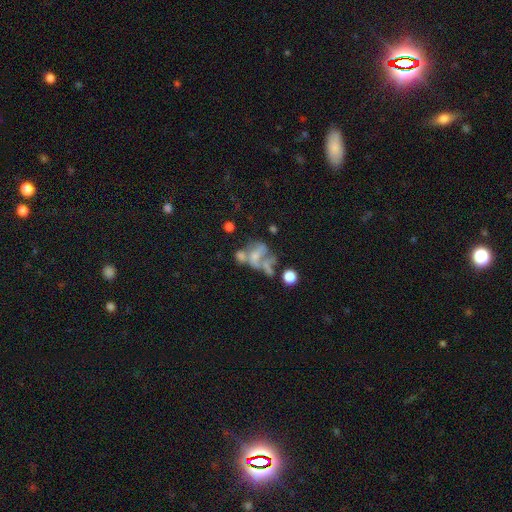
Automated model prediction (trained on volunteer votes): A featured or disk galaxy (49%).

Vote fractions:
- Smooth or featured? featured or disk: 49% / smooth: 34% / star or artifact: 17%
- Merging? merger: 38% / major disturbance: 31% / none: 19% / minor disturbance: 12%